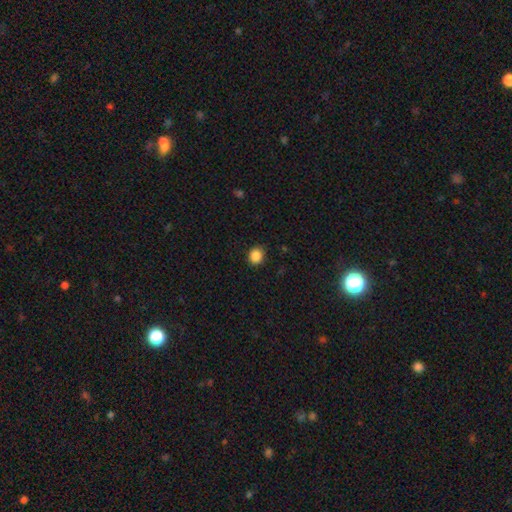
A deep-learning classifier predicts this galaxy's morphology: smooth_or_featured: smooth (p=0.86) [alt: star or artifact p=0.10]
how_rounded: round (p=0.78) [alt: in between p=0.21]
merging: none (p=0.87) [alt: minor disturbance p=0.09]